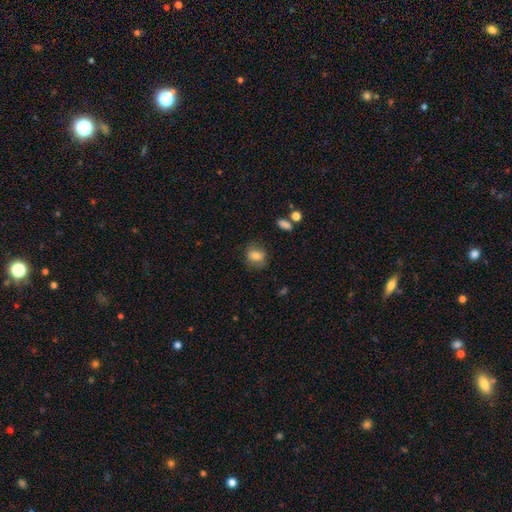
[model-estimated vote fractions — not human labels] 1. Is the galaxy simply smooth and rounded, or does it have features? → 76% smooth, 15% featured or disk, 9% star or artifact.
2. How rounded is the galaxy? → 53% round, 45% in between, 2% cigar-shaped.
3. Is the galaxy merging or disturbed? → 76% none, 16% minor disturbance, 6% major disturbance, 2% merger.